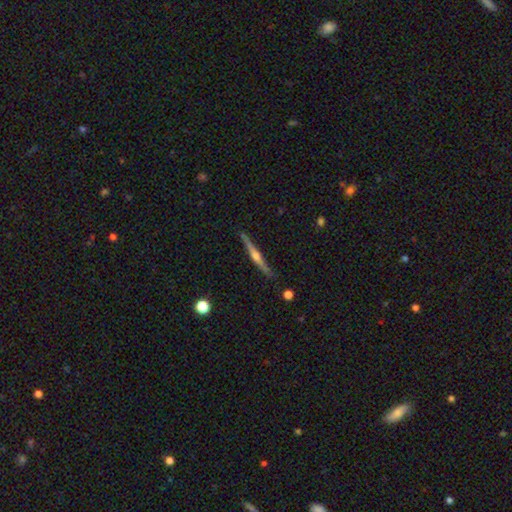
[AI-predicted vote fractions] This appears to be a featured or disk galaxy (76%) viewed edge-on (98%) with a rounded central bulge (87%). Merging: none (88%).